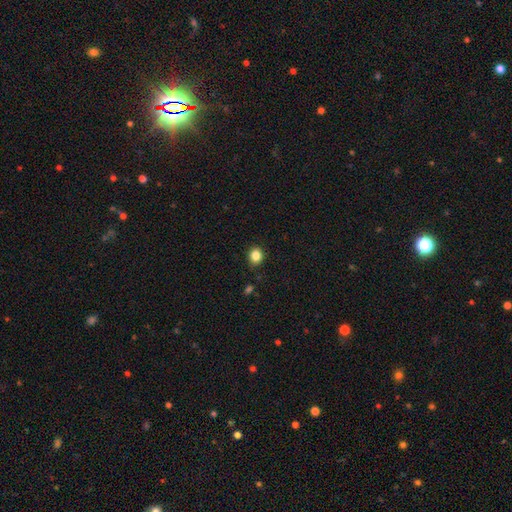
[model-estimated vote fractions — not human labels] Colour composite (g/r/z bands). It shows a smooth galaxy with no disk features (85%) that is round (68%). Merging: none (89%).